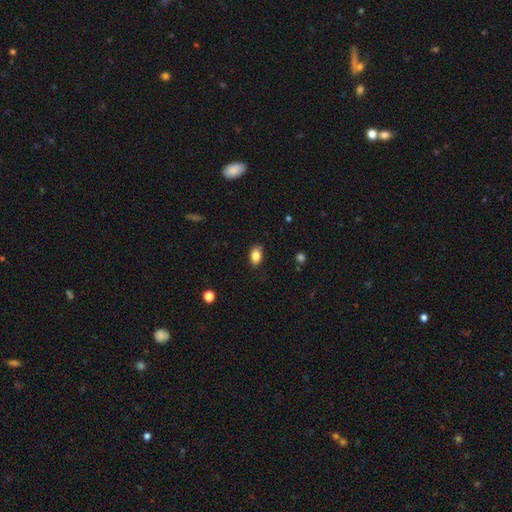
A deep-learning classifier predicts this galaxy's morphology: type=smooth (84%); roundness=in between (81%); merging=none (82%).